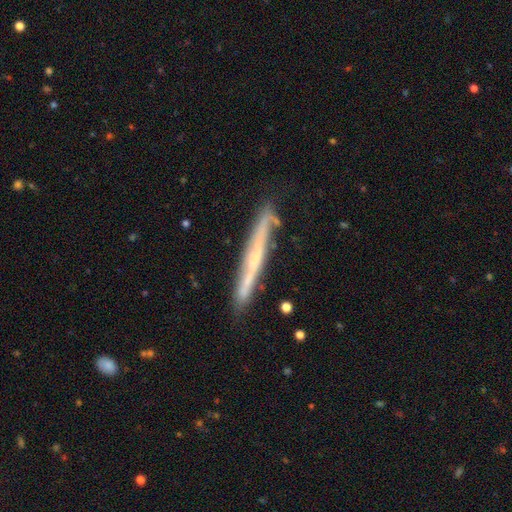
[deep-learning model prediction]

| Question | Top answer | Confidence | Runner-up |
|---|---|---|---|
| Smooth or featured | featured or disk | 69% | smooth (24%) |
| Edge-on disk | yes | 90% | no (10%) |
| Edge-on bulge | none | 59% | rounded (35%) |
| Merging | none | 79% | minor disturbance (16%) |